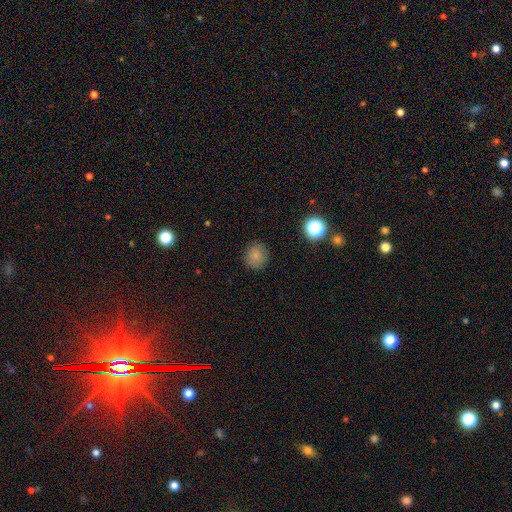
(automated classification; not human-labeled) This appears to be a smooth galaxy with no disk features (81%) that is round (89%). Merging: none (86%).